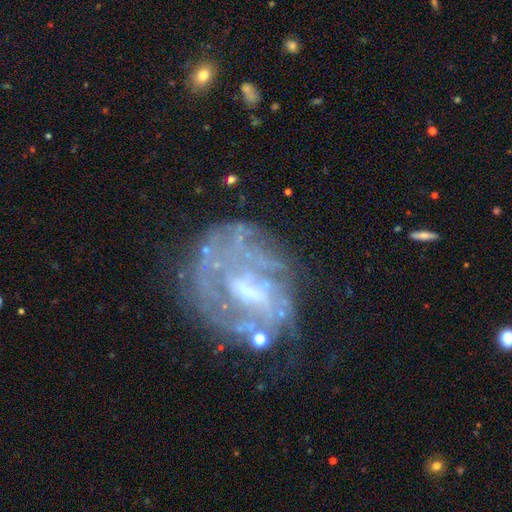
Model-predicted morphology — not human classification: Q: Smooth or featured?
A: featured or disk (78%); runner-up: smooth (12%)
Q: Edge-on disk?
A: no (97%); runner-up: yes (3%)
Q: Bar?
A: weak (46%); runner-up: no (36%)
Q: Spiral arms?
A: yes (64%); runner-up: no (36%)
Q: Bulge size?
A: small (36%); runner-up: none (30%)
Q: Merging?
A: none (52%); runner-up: major disturbance (22%)